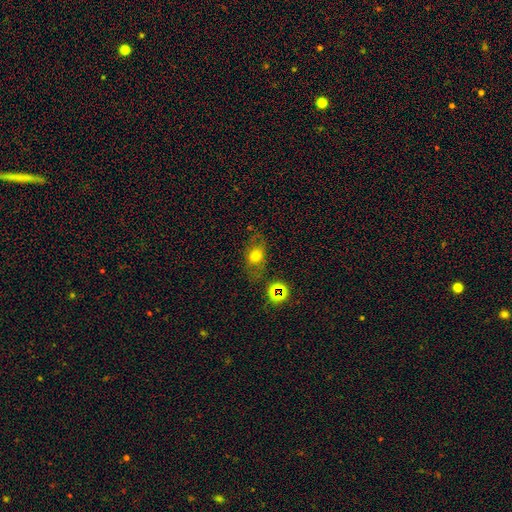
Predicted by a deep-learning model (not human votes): The model was most divided on "how rounded": in between: 69%, round: 28%, cigar-shaped: 3%. More confident: merging — none (69%); smooth or featured — smooth (63%).